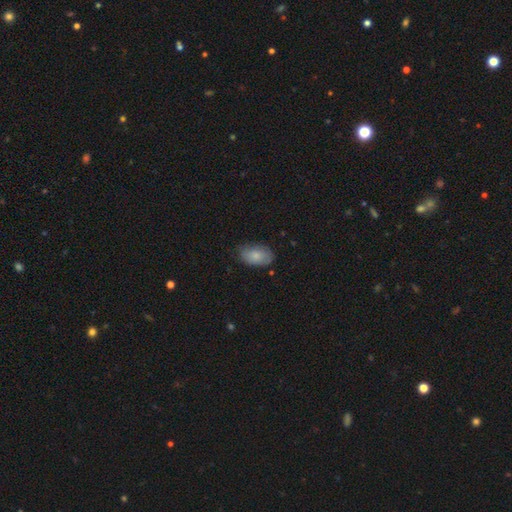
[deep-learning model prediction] Overall: smooth (77%). How rounded: in between (91%). Merging: none (73%).